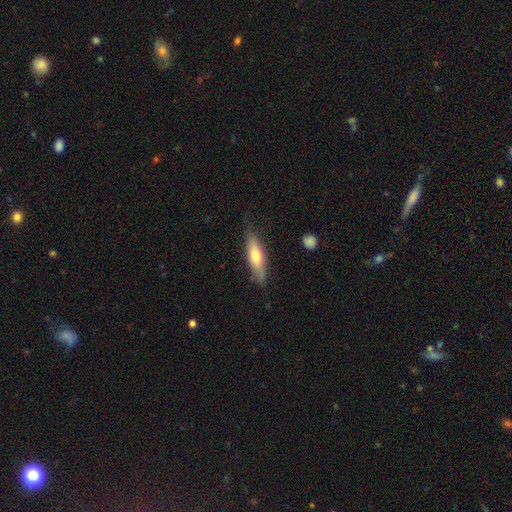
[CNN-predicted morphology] smooth 60%, featured or disk 34%, star or artifact 6%. Down the decision tree: how rounded — cigar-shaped (57%); merging — none (76%).